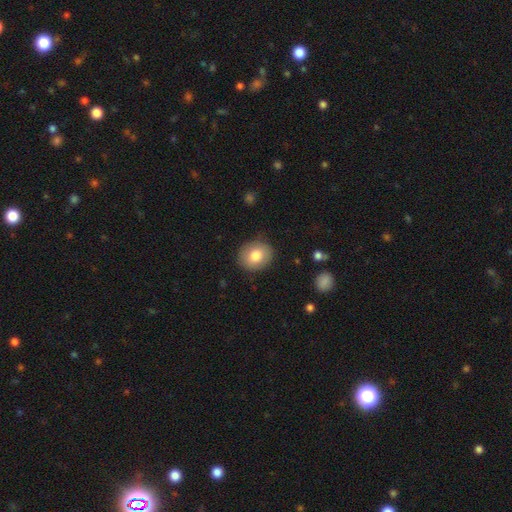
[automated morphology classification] A smooth galaxy with no disk features (79%) that is round (61%). Merging: none (86%).